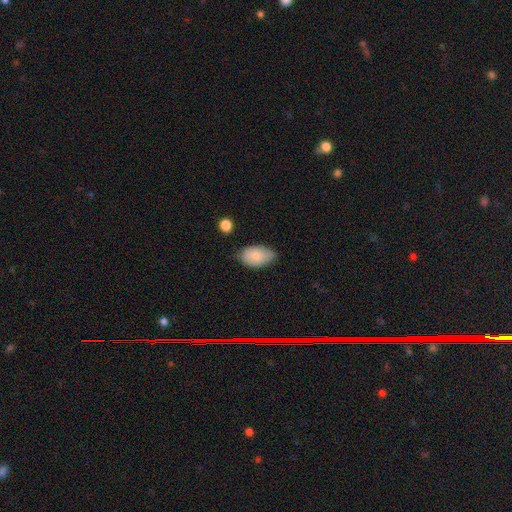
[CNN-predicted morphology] The model was most divided on "merging": none: 72%, minor disturbance: 22%, major disturbance: 4%, merger: 2%. More confident: how rounded — in between (93%); smooth or featured — smooth (81%).